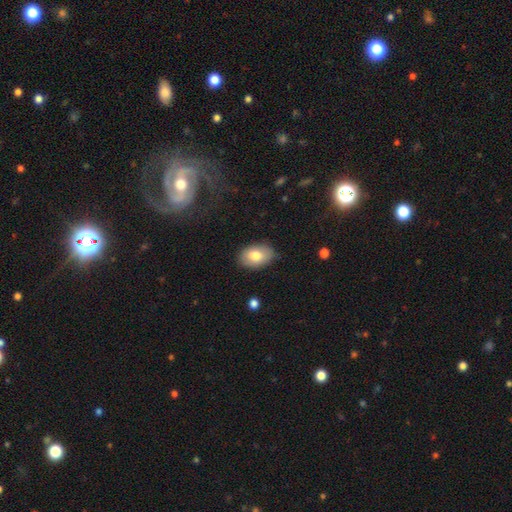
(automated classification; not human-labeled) smooth-or-featured: smooth: 77% | featured or disk: 16% | star or artifact: 7%
  how-rounded: in between: 89% | round: 10% | cigar-shaped: 1%
  merging: none: 83% | minor disturbance: 13% | major disturbance: 3% | merger: 1%